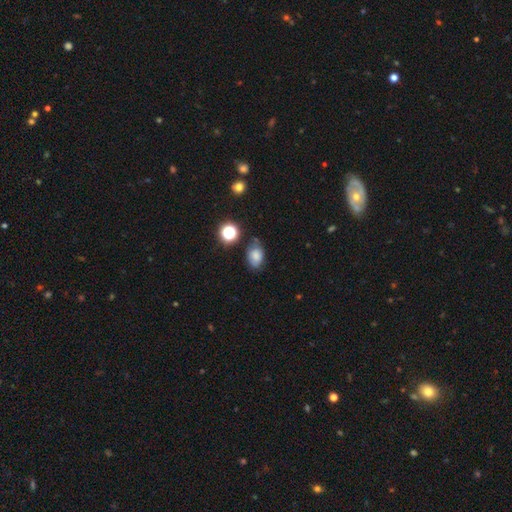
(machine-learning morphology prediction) Smooth or featured?
  - smooth: 75% *
  - star or artifact: 14%
  - featured or disk: 11%
How rounded?
  - in between: 77% *
  - round: 22%
  - cigar-shaped: 1%
Merging?
  - none: 67% *
  - minor disturbance: 23%
  - major disturbance: 5%
  - merger: 5%